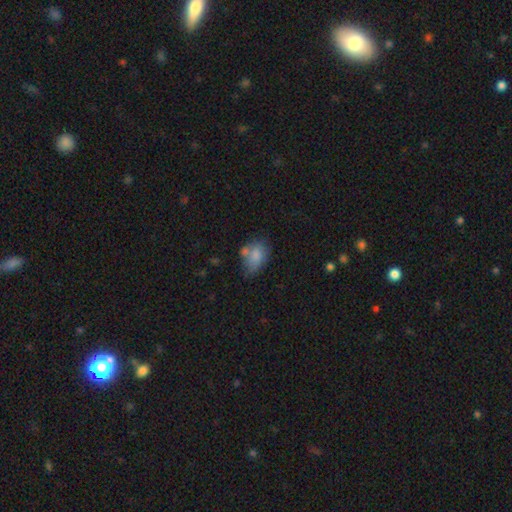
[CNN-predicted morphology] Overall: smooth (78%). How rounded: in between (81%). Merging: none (42%; minor disturbance 28%).